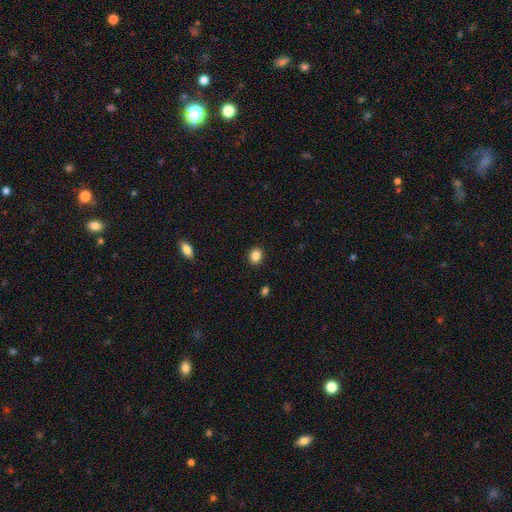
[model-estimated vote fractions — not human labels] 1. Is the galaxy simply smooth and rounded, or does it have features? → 86% smooth, 10% star or artifact, 4% featured or disk.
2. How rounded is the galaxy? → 59% round, 40% in between, 1% cigar-shaped.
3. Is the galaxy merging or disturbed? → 91% none, 6% minor disturbance, 2% major disturbance, 1% merger.